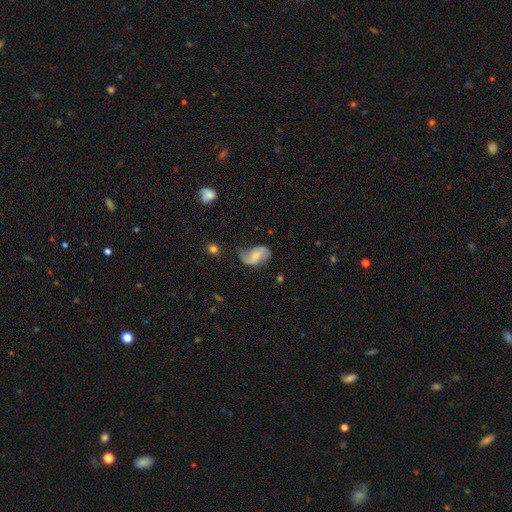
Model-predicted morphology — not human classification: featured or disk 67%, smooth 25%, star or artifact 7%. Down the decision tree: edge-on disk — no (97%); bar — no (47%); spiral arms — yes (91%); spiral arm count — 2 (88%); spiral winding — loose (60%); bulge size — small (45%); merging — none (58%).